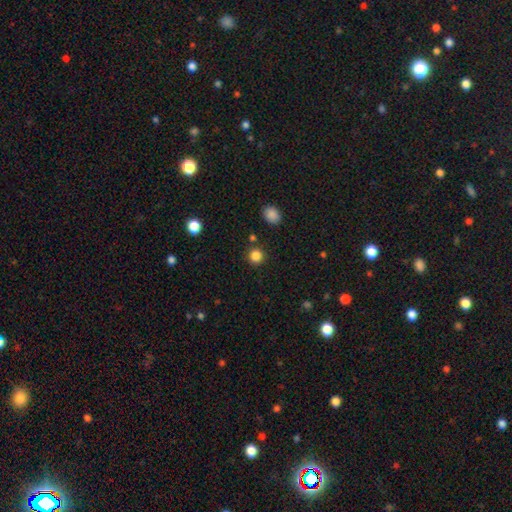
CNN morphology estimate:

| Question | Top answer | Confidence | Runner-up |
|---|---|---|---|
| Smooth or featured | smooth | 84% | star or artifact (12%) |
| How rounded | round | 93% | in between (6%) |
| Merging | none | 87% | minor disturbance (6%) |